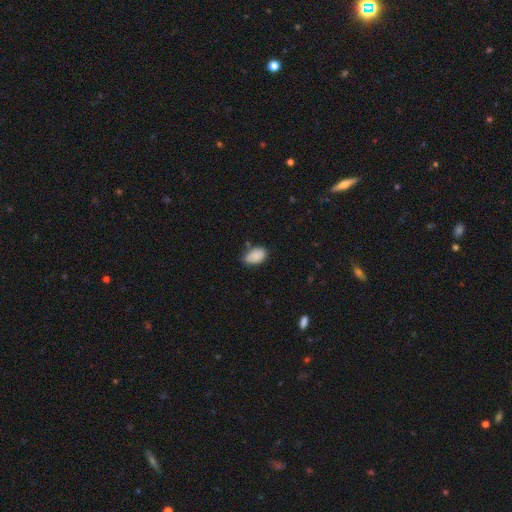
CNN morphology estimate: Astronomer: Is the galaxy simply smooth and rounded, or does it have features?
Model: smooth — 85%.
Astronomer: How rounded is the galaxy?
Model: in between — 91%.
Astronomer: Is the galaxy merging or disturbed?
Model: none — 59%.